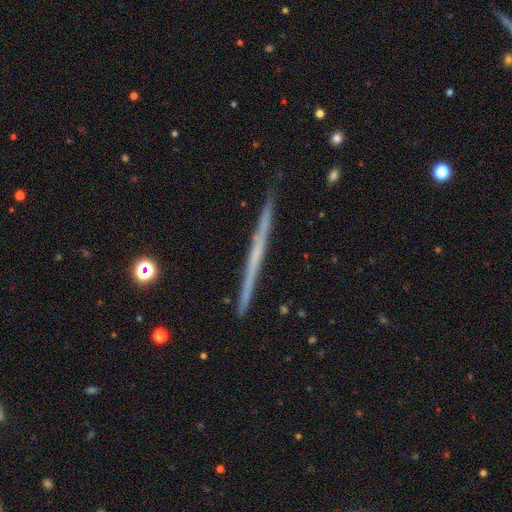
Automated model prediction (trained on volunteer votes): Morphology: type=featured or disk (64%); edge-on=yes (98%); edge-on bulge=none (89%); merging=none (91%).